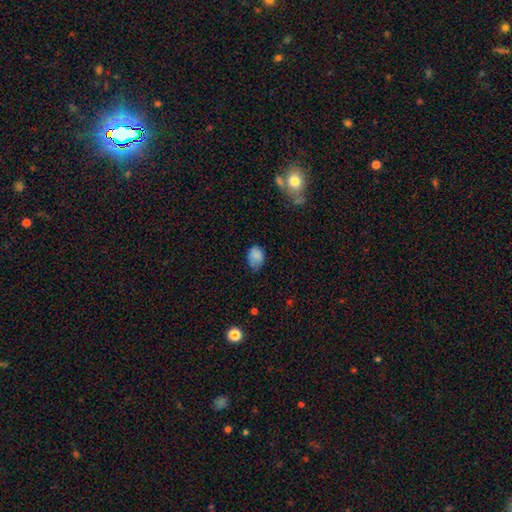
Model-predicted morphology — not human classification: Smooth or featured: smooth — 83% (star or artifact — 9%)
How rounded: in between — 77% (round — 22%)
Merging: none — 56% (minor disturbance — 35%)